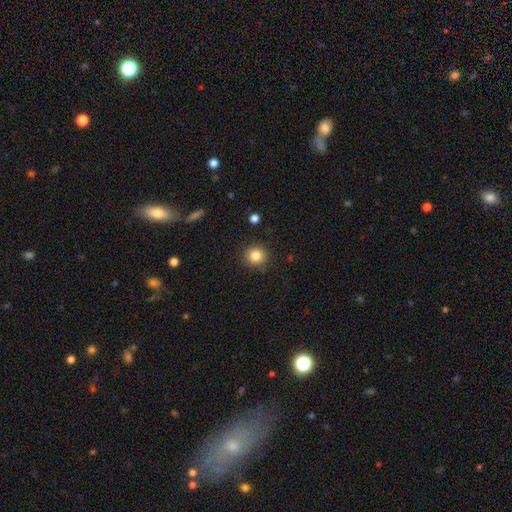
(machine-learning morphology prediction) type=smooth (84%); roundness=round (92%); merging=none (90%).